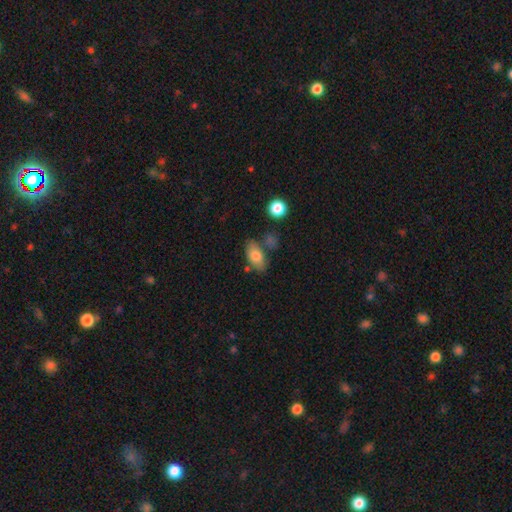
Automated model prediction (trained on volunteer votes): This appears to be a smooth galaxy with no disk features (78%) that is in between round and cigar-shaped (89%). Merging: none (67%).